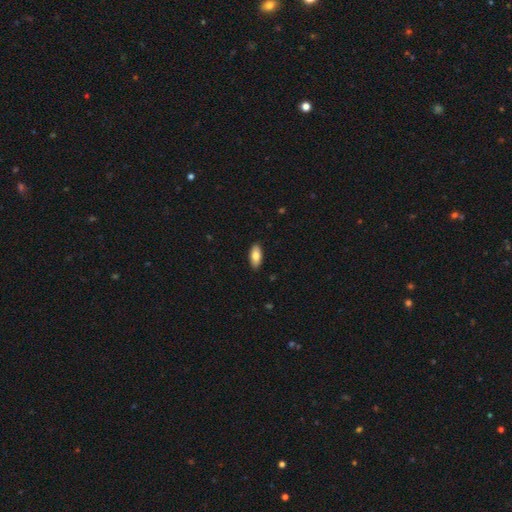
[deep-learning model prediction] smooth-or-featured: smooth: 81% | featured or disk: 13% | star or artifact: 6%
  how-rounded: in between: 87% | cigar-shaped: 11% | round: 2%
  merging: none: 88% | minor disturbance: 9% | major disturbance: 2% | merger: 1%